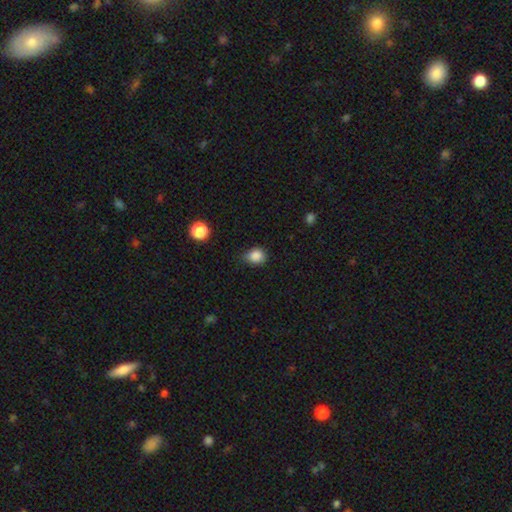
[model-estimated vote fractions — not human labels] Smooth or featured?
  - smooth: 84% *
  - star or artifact: 11%
  - featured or disk: 5%
How rounded?
  - round: 67% *
  - in between: 32%
  - cigar-shaped: 1%
Merging?
  - none: 60% *
  - minor disturbance: 32%
  - major disturbance: 6%
  - merger: 2%